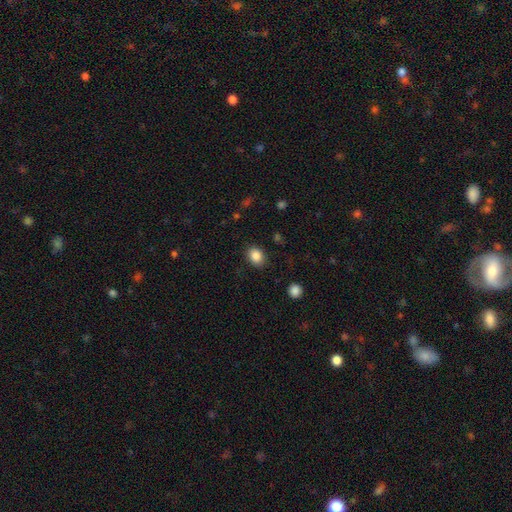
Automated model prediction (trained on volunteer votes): Morphology: type=smooth (87%); roundness=in between (57%); merging=none (86%).